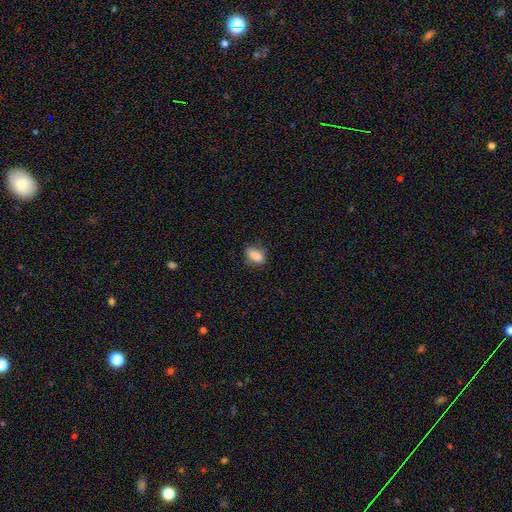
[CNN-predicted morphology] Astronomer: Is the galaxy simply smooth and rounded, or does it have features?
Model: smooth — 81%.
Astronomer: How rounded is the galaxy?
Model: in between — 78%.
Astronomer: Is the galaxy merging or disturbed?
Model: none — 76%.